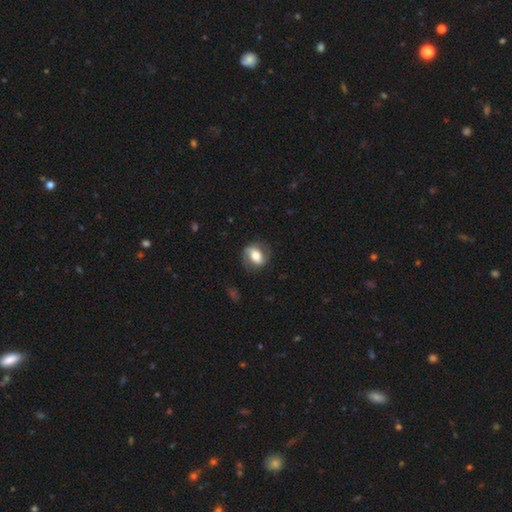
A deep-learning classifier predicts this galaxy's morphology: Smooth or featured?
  - featured or disk: 51% *
  - smooth: 42%
  - star or artifact: 7%
Edge-on disk?
  - no: 93% *
  - yes: 7%
Merging?
  - none: 75% *
  - minor disturbance: 16%
  - major disturbance: 8%
  - merger: 1%